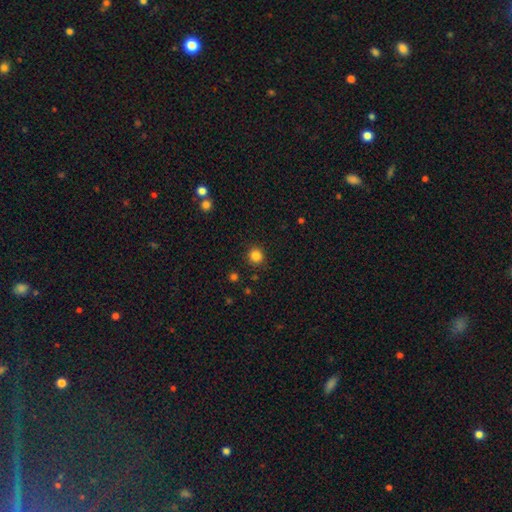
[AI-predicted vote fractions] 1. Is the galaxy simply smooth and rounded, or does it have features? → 84% smooth, 12% star or artifact, 4% featured or disk.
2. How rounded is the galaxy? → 92% round, 7% in between, 1% cigar-shaped.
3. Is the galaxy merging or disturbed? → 90% none, 6% minor disturbance, 2% major disturbance, 1% merger.